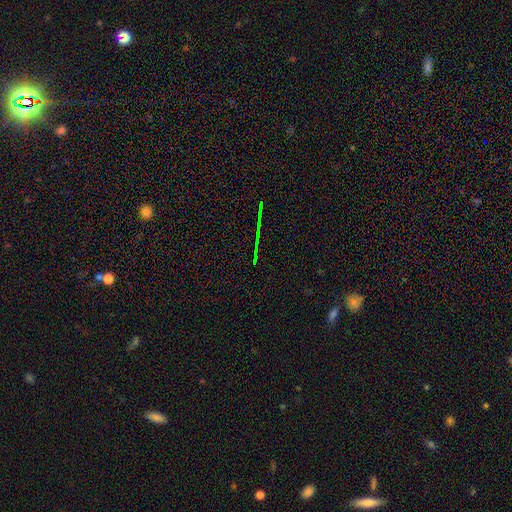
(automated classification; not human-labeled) Overall: star or artifact (80%).